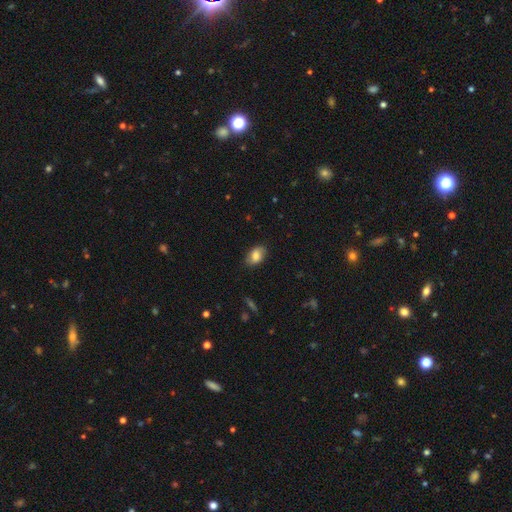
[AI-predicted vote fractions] smooth-or-featured: smooth: 73% | featured or disk: 19% | star or artifact: 8%
  how-rounded: in between: 87% | round: 12% | cigar-shaped: 2%
  merging: none: 79% | minor disturbance: 16% | major disturbance: 3% | merger: 1%